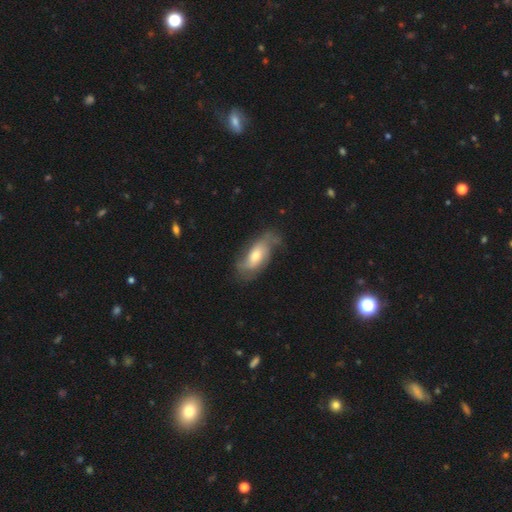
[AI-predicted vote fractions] Morphology: type=featured or disk (58%); edge-on=no (87%); bar=no (56%); spiral arms=yes (82%); bulge=moderate (64%); merging=none (54%).